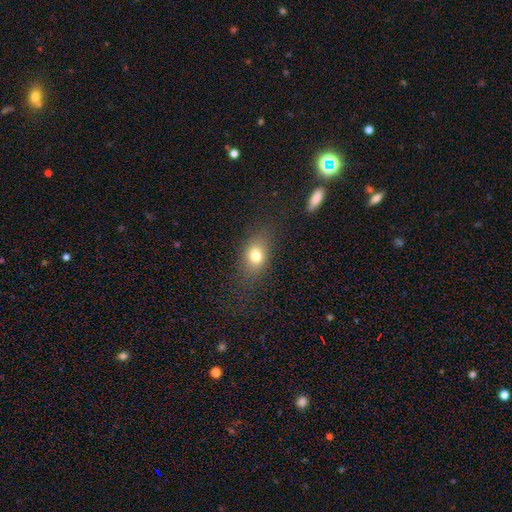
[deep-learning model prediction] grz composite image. It shows a smooth galaxy with no disk features (75%) that is in between round and cigar-shaped (64%). Merging: none (78%).